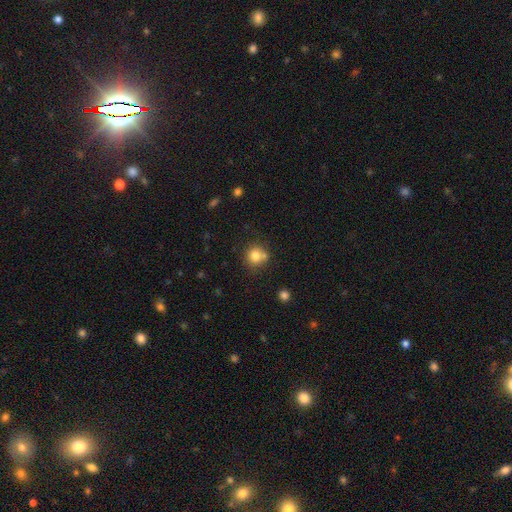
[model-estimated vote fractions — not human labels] smooth-or-featured: smooth: 79% | star or artifact: 12% | featured or disk: 9%
  how-rounded: round: 89% | in between: 10% | cigar-shaped: 1%
  merging: none: 65% | merger: 21% | minor disturbance: 11% | major disturbance: 3%